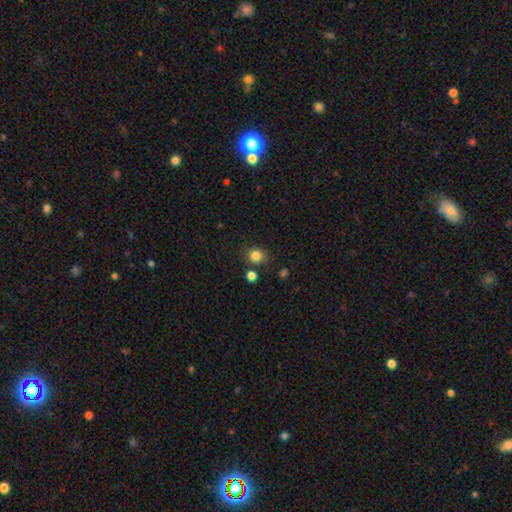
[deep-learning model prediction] Smooth or featured?
  - smooth: 83% *
  - star or artifact: 12%
  - featured or disk: 5%
How rounded?
  - round: 73% *
  - in between: 26%
  - cigar-shaped: 1%
Merging?
  - none: 80% *
  - minor disturbance: 10%
  - merger: 6%
  - major disturbance: 3%